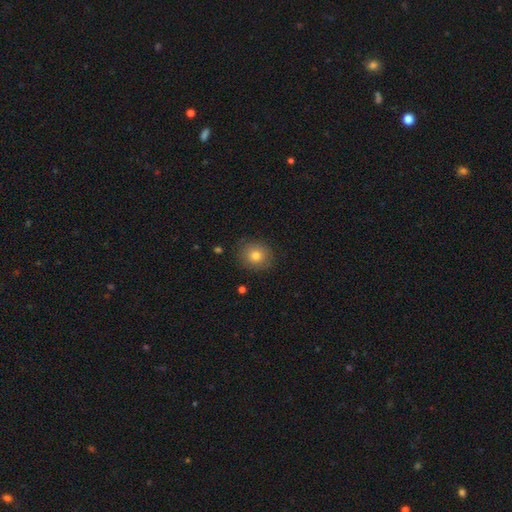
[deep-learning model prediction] The model was most divided on "smooth or featured": smooth: 78%, featured or disk: 11%, star or artifact: 11%. More confident: merging — none (86%); how rounded — round (84%).